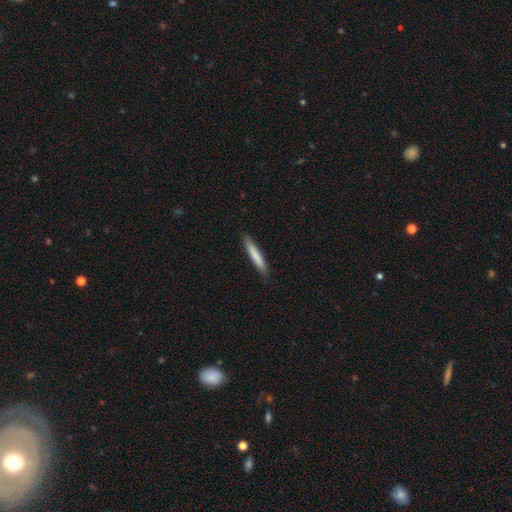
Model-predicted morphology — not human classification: Smooth or featured?
  - smooth: 78% *
  - featured or disk: 17%
  - star or artifact: 5%
How rounded?
  - cigar-shaped: 93% *
  - in between: 5%
  - round: 1%
Merging?
  - none: 87% *
  - minor disturbance: 10%
  - major disturbance: 2%
  - merger: 1%